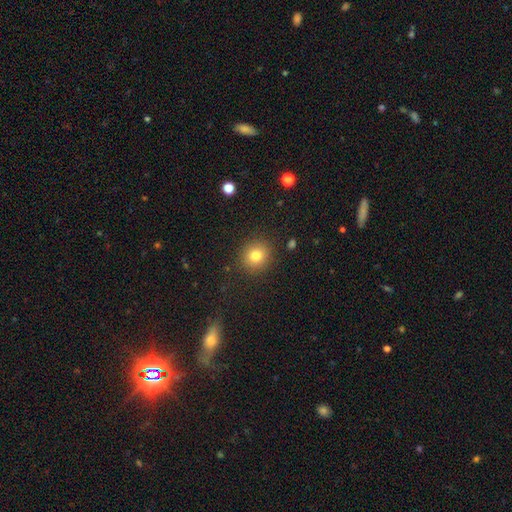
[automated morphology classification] smooth-or-featured: smooth: 80% | star or artifact: 12% | featured or disk: 8%
  how-rounded: round: 85% | in between: 14% | cigar-shaped: 1%
  merging: none: 89% | minor disturbance: 7% | major disturbance: 3% | merger: 1%